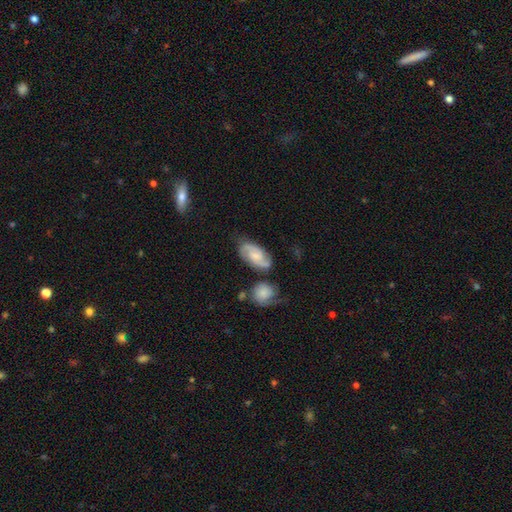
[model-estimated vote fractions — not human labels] This appears to be a featured or disk galaxy (73%) with no bar (50%), 2 (88%) medium (49%) spiral arms (95%) and a small central bulge (46%). Merging: none (70%).